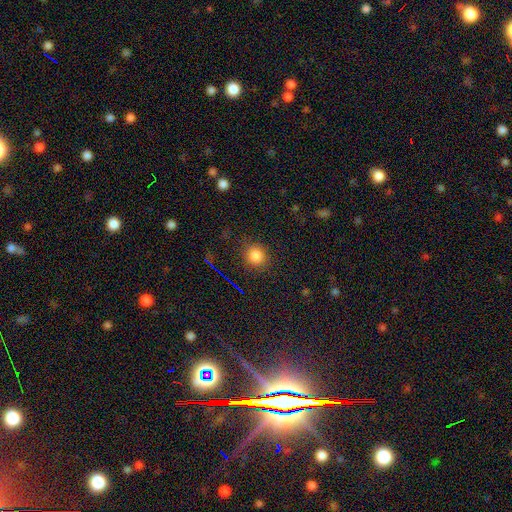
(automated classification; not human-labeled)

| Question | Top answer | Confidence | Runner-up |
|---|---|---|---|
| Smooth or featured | smooth | 81% | star or artifact (14%) |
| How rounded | round | 86% | in between (13%) |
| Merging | none | 84% | minor disturbance (10%) |